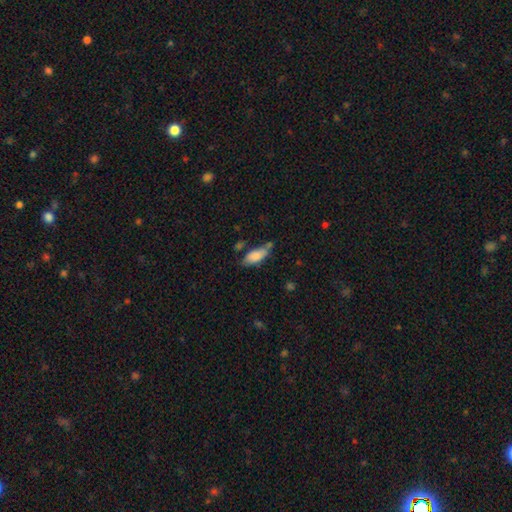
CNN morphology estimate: A smooth galaxy with no disk features (83%) that is in between round and cigar-shaped (77%). Merging: none (54%).